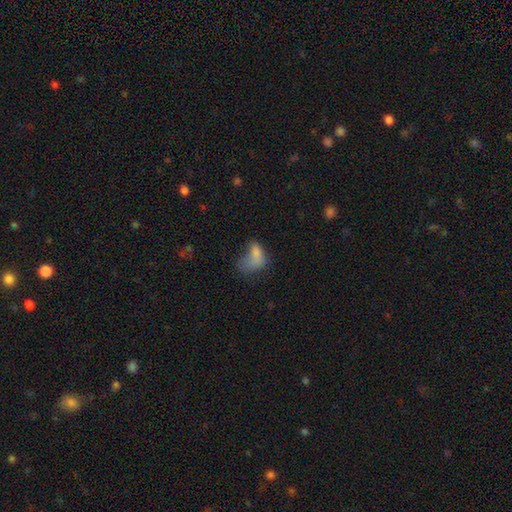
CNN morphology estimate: The model was most divided on "merging": major disturbance: 54%, minor disturbance: 20%, none: 18%, merger: 8%. More confident: how rounded — in between (88%); smooth or featured — smooth (72%).